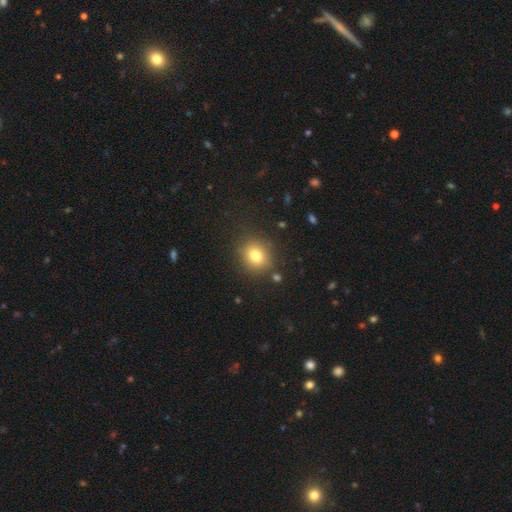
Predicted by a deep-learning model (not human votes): Overall: smooth (78%). How rounded: round (73%). Merging: none (83%).